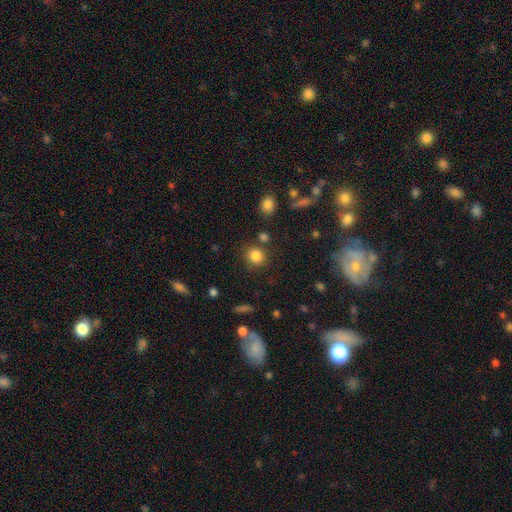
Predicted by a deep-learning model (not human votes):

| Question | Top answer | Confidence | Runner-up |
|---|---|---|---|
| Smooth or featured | smooth | 84% | star or artifact (12%) |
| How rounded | round | 85% | in between (14%) |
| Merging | none | 79% | minor disturbance (10%) |